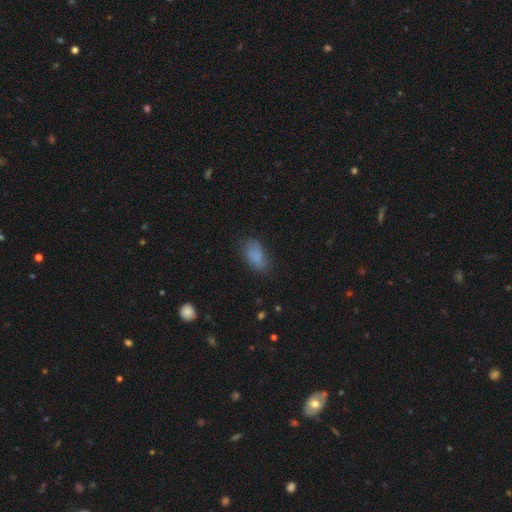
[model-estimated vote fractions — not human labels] smooth_or_featured: smooth (p=0.81) [alt: star or artifact p=0.10]
how_rounded: in between (p=0.91) [alt: round p=0.05]
merging: none (p=0.67) [alt: minor disturbance p=0.23]